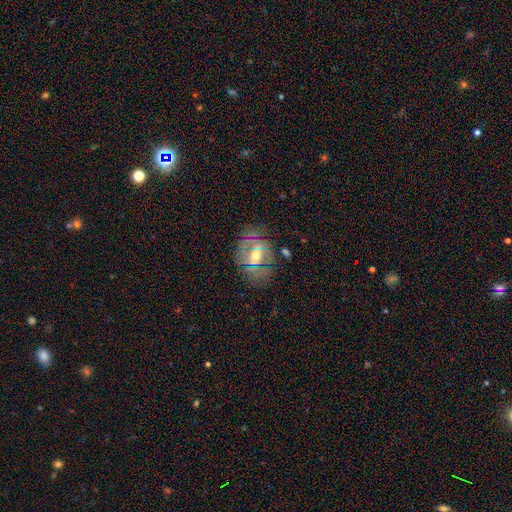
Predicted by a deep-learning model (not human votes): Q: Smooth or featured?
A: featured or disk (59%); runner-up: smooth (29%)
Q: Edge-on disk?
A: no (92%); runner-up: yes (8%)
Q: Bar?
A: no (42%); runner-up: weak (35%)
Q: Spiral arms?
A: no (50%); tied with: yes (50%)
Q: Bulge size?
A: moderate (70%); runner-up: small (23%)
Q: Merging?
A: none (66%); runner-up: minor disturbance (21%)